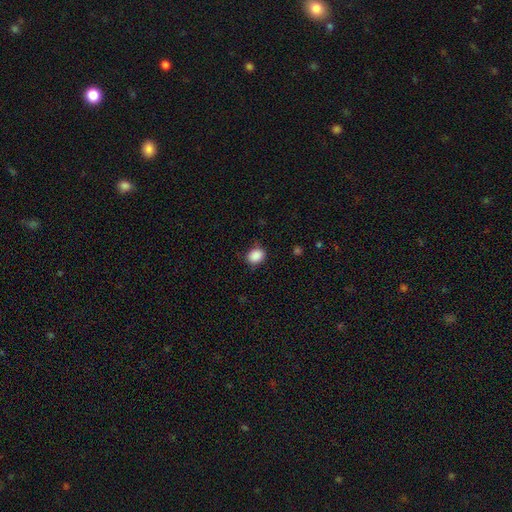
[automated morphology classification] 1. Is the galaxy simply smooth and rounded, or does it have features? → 88% smooth, 9% star or artifact, 3% featured or disk.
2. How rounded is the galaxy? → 57% round, 42% in between, 1% cigar-shaped.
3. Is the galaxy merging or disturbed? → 81% none, 14% minor disturbance, 3% major disturbance, 1% merger.